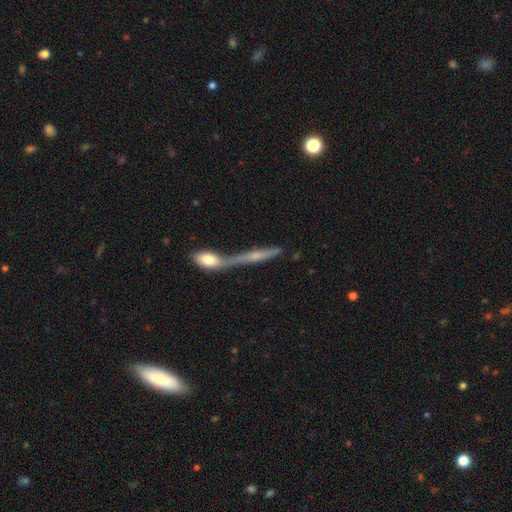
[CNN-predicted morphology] smooth-or-featured: featured or disk: 49% | smooth: 42% | star or artifact: 9%
  merging: merger: 52% | none: 32% | minor disturbance: 10% | major disturbance: 7%